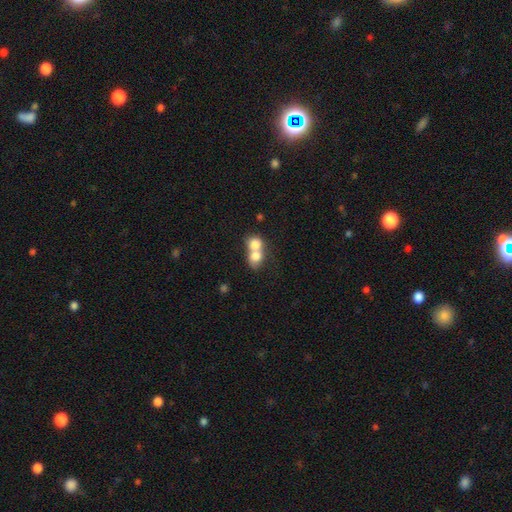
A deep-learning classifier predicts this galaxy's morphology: The model was most divided on "how rounded": round: 61%, in between: 37%, cigar-shaped: 1%. More confident: merging — merger (75%); smooth or featured — smooth (75%).